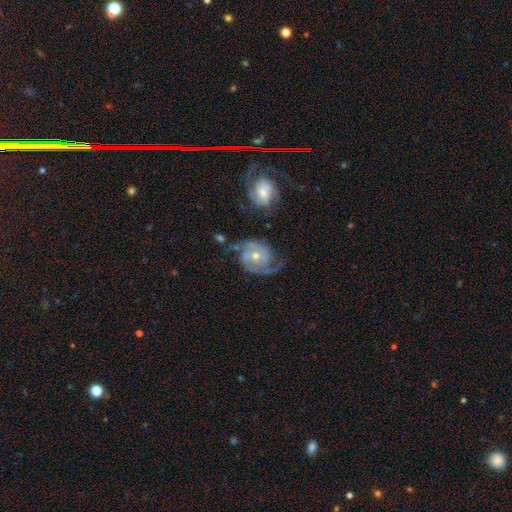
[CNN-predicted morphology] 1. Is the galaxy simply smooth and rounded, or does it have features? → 87% featured or disk, 7% smooth, 6% star or artifact.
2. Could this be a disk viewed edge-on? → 98% no, 2% yes.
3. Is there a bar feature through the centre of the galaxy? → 68% no, 26% weak, 7% strong.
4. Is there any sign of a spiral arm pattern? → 96% yes, 4% no.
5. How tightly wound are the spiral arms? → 45% medium, 41% tight, 14% loose.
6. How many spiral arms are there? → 76% 2, 8% 3, 8% can't tell, 4% 1, 2% 4, 2% more than 4.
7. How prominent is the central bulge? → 58% moderate, 37% small, 2% large, 1% none, 1% dominant.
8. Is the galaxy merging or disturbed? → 59% none, 20% minor disturbance, 12% major disturbance, 9% merger.